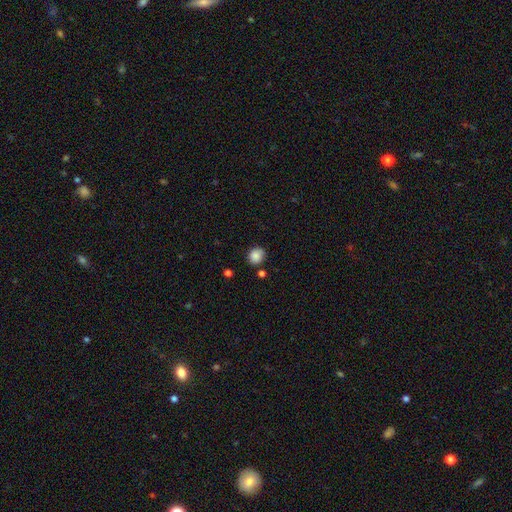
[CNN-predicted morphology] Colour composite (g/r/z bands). It shows a smooth galaxy with no disk features (86%) that is round (79%). Merging: none (80%).